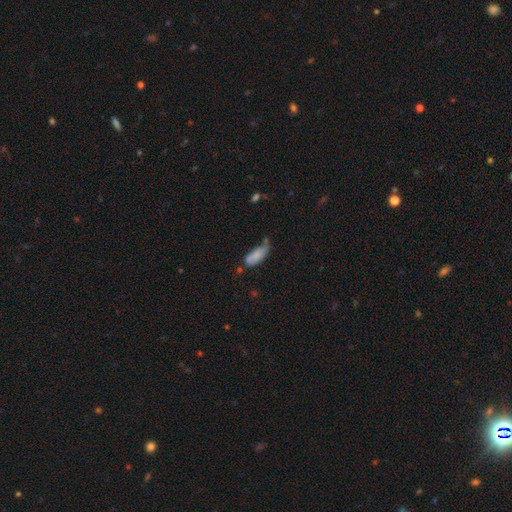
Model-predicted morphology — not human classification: smooth_or_featured: smooth (p=0.79) [alt: featured or disk p=0.13]
how_rounded: in between (p=0.77) [alt: cigar-shaped p=0.21]
merging: none (p=0.41) [alt: minor disturbance p=0.33]